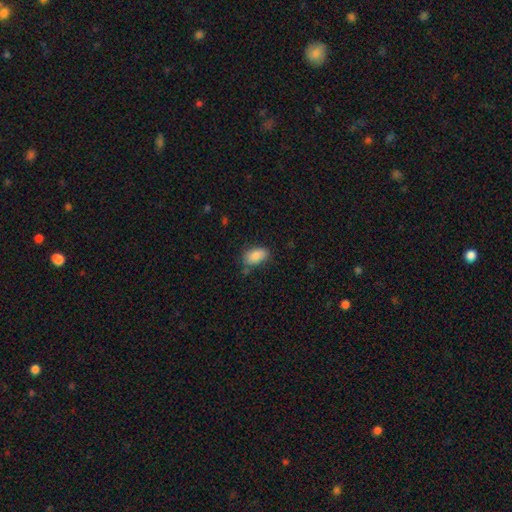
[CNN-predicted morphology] smooth_or_featured: smooth (p=0.86) [alt: star or artifact p=0.08]
how_rounded: in between (p=0.91) [alt: round p=0.07]
merging: none (p=0.72) [alt: minor disturbance p=0.20]